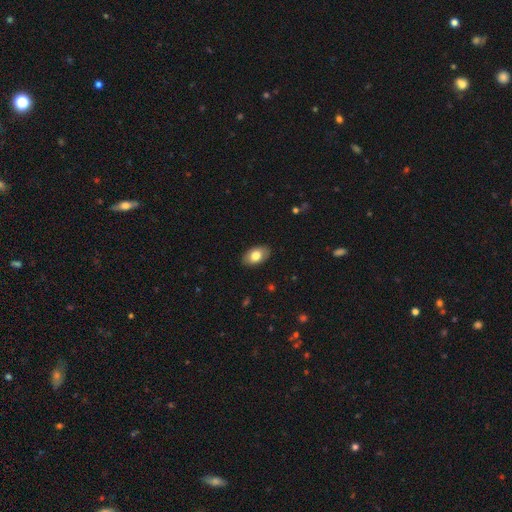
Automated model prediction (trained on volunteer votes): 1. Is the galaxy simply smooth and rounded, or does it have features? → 77% smooth, 16% featured or disk, 7% star or artifact.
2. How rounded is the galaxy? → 92% in between, 7% round, 1% cigar-shaped.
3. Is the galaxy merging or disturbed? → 88% none, 9% minor disturbance, 2% major disturbance, 1% merger.